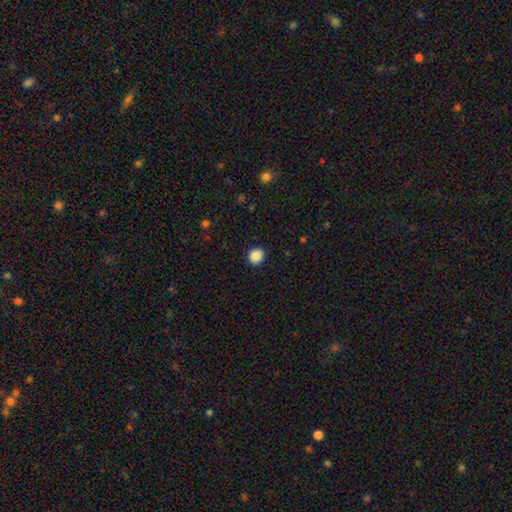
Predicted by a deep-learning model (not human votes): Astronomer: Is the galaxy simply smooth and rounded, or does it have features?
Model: smooth — 89%.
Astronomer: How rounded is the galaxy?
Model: round — 84%.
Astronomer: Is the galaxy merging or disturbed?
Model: none — 92%.